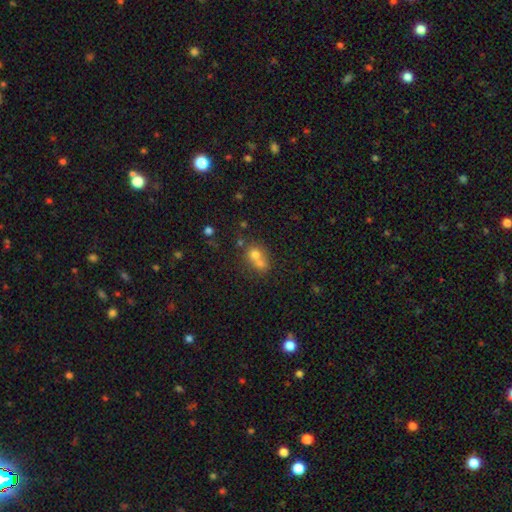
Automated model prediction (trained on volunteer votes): Smooth or featured: smooth — 67% (featured or disk — 19%)
How rounded: round — 70% (in between — 29%)
Merging: merger — 63% (none — 28%)